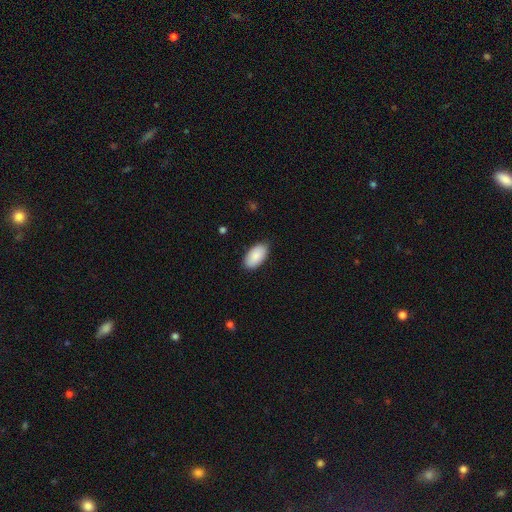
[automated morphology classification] Smooth or featured? Predicted: smooth (p=0.90). How rounded? Predicted: in between (p=0.96). Merging? Predicted: none (p=0.84).